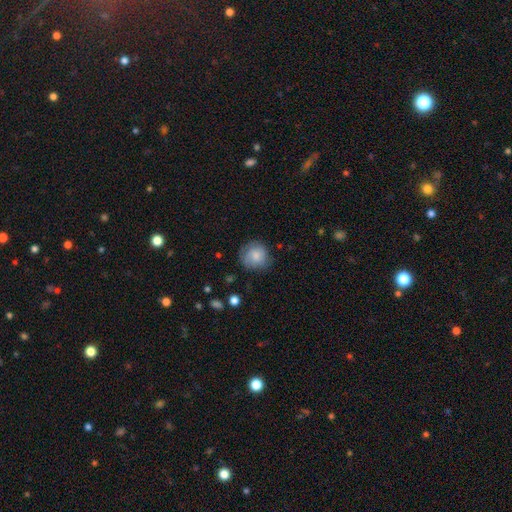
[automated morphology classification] Smooth or featured?
  - smooth: 78% *
  - featured or disk: 15%
  - star or artifact: 7%
How rounded?
  - round: 88% *
  - in between: 11%
  - cigar-shaped: 1%
Merging?
  - none: 74% *
  - minor disturbance: 19%
  - major disturbance: 6%
  - merger: 1%